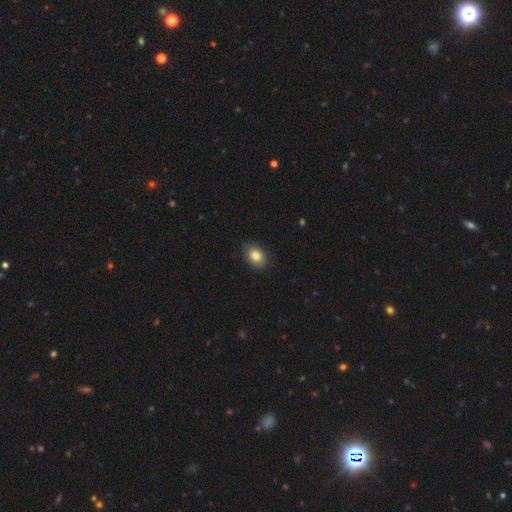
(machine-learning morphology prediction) type=smooth (84%); roundness=in between (79%); merging=none (85%).